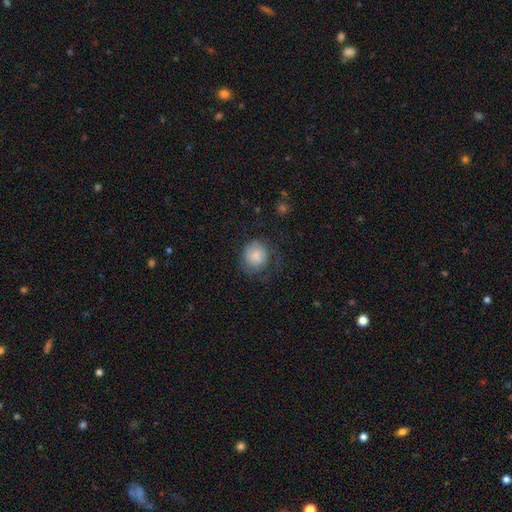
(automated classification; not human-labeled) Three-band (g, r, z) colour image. It shows a smooth galaxy with no disk features (68%) that is round (82%). Merging: none (53%).